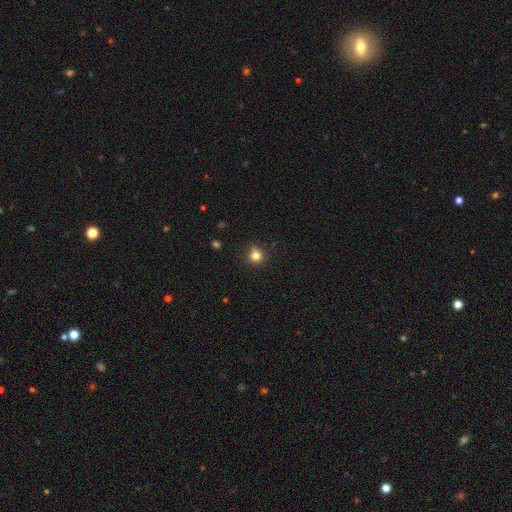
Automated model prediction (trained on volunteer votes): A smooth galaxy with no disk features (80%) that is round (87%).

Vote fractions:
- Smooth or featured? smooth: 80% / star or artifact: 14% / featured or disk: 6%
- How rounded? round: 87% / in between: 12% / cigar-shaped: 1%
- Merging? none: 79% / minor disturbance: 16% / major disturbance: 3% / merger: 2%